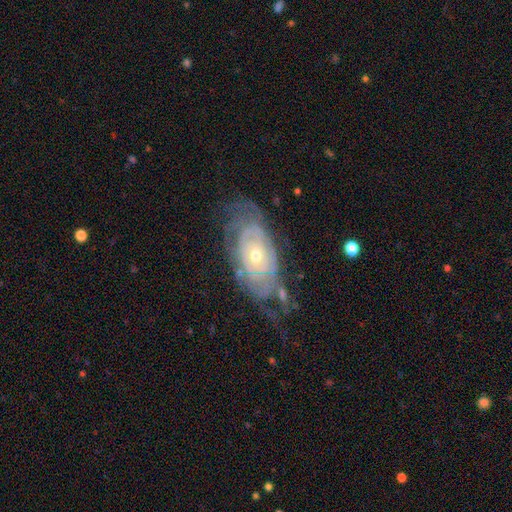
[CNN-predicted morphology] The model was most divided on "bulge size": small: 57%, moderate: 40%, large: 2%, none: 1%, dominant: 1%. More confident: edge-on disk — no (93%); spiral arms — yes (86%); smooth or featured — featured or disk (81%); spiral winding — tight (78%); bar — no (77%); spiral arm count — can't tell (57%); merging — none (55%).